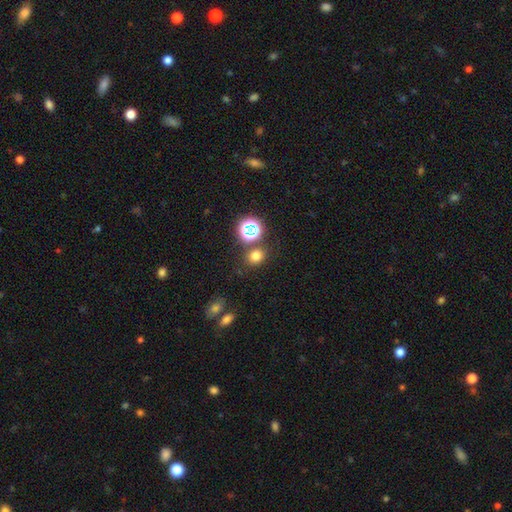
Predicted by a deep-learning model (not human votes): The model was most divided on "how rounded": round: 71%, in between: 28%, cigar-shaped: 1%. More confident: merging — none (76%); smooth or featured — smooth (71%).